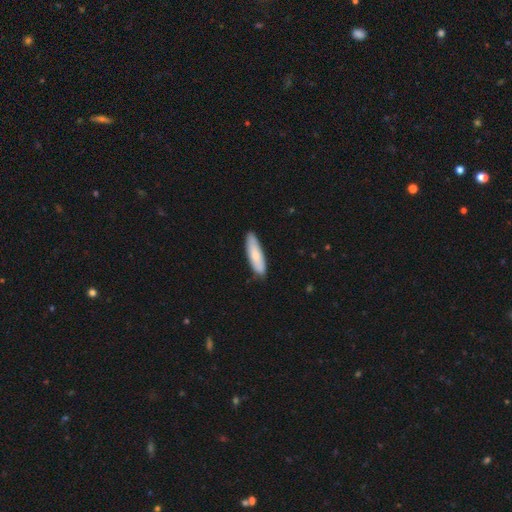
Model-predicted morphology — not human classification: A smooth galaxy with no disk features (75%) that is cigar-shaped (61%). Merging: none (85%).